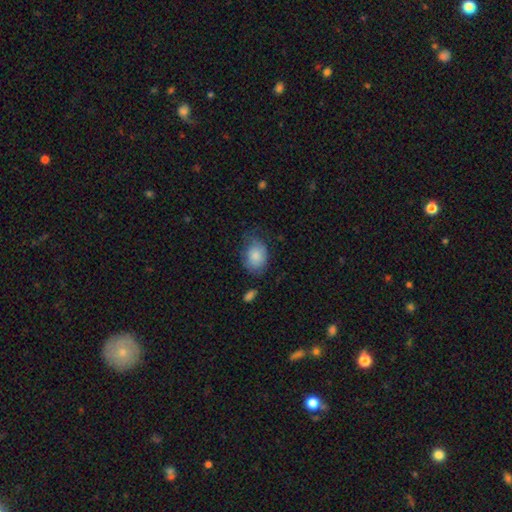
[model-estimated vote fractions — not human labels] Morphology: type=smooth (82%); roundness=in between (67%); merging=none (52%).